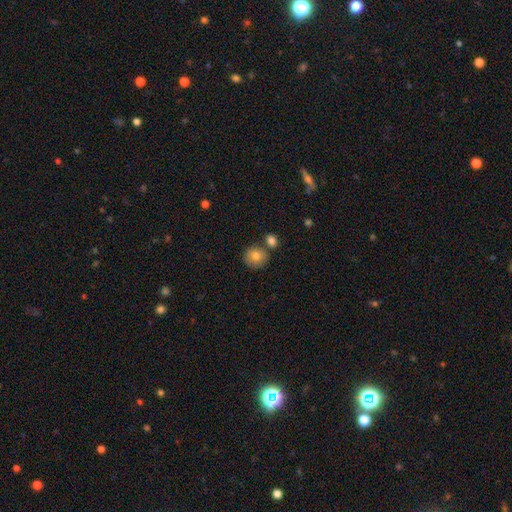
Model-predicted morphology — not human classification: Smooth or featured? smooth (81%)
How rounded? round (88%)
Merging? none (68%)